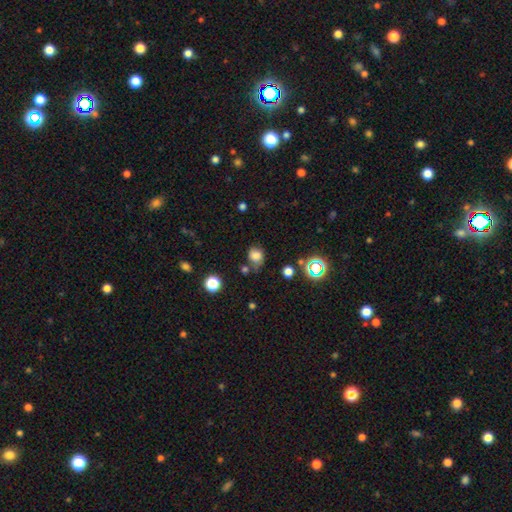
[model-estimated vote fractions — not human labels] The model was most divided on "merging": none: 57%, minor disturbance: 24%, merger: 11%, major disturbance: 9%. More confident: smooth or featured — smooth (77%); how rounded — round (68%).